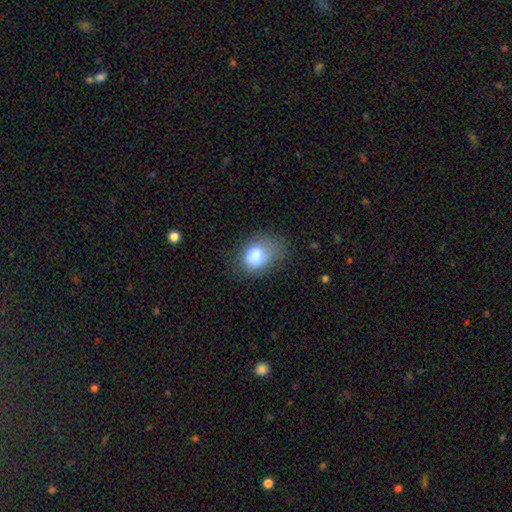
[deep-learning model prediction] smooth 83%, featured or disk 9%, star or artifact 9%. Down the decision tree: how rounded — in between (68%); merging — none (49%).